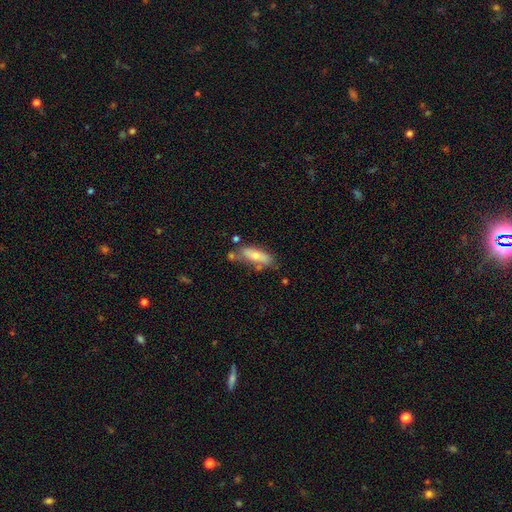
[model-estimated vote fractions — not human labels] smooth 67%, featured or disk 26%, star or artifact 7%. Down the decision tree: how rounded — in between (56%); merging — none (56%).